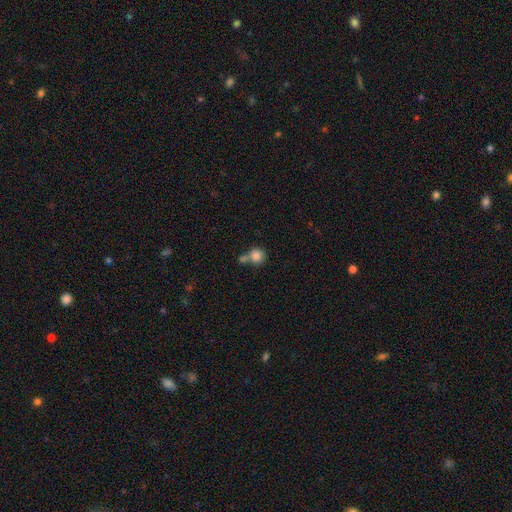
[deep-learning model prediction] A smooth galaxy with no disk features (83%) that is round (86%). Merging: merger (43%).